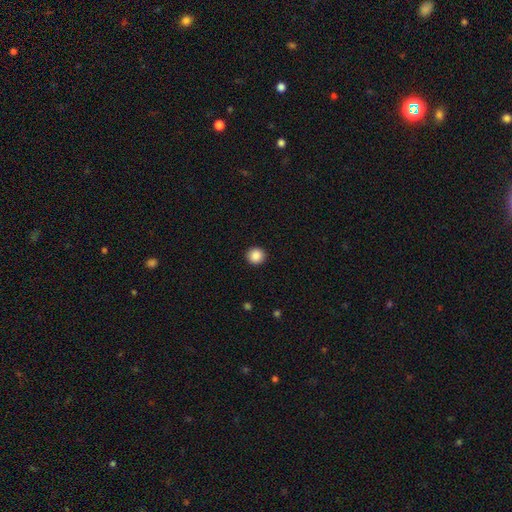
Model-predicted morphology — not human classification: smooth_or_featured: smooth (p=0.88) [alt: star or artifact p=0.09]
how_rounded: round (p=0.93) [alt: in between p=0.06]
merging: none (p=0.92) [alt: minor disturbance p=0.05]